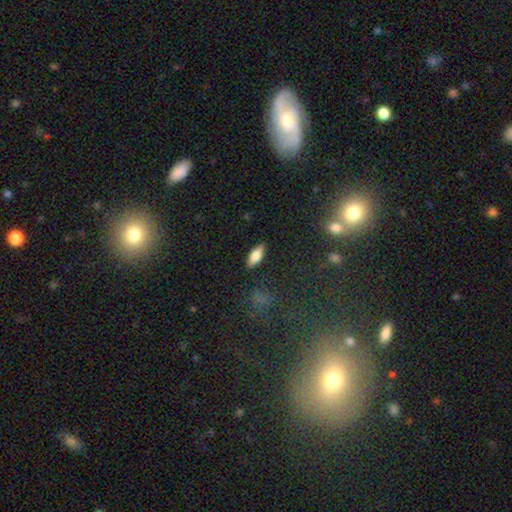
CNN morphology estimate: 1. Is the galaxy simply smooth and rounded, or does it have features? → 70% smooth, 22% featured or disk, 7% star or artifact.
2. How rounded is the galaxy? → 72% in between, 26% cigar-shaped, 3% round.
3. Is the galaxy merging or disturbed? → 88% none, 8% minor disturbance, 2% major disturbance, 1% merger.